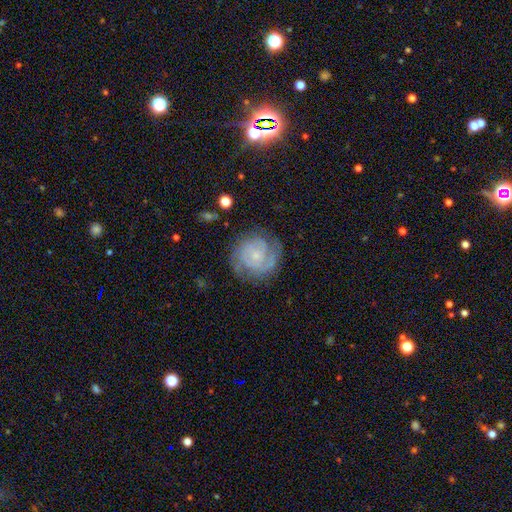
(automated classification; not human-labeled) featured or disk 78%, smooth 15%, star or artifact 7%. Down the decision tree: edge-on disk — no (98%); bar — no (76%); spiral arms — yes (93%); spiral arm count — 2 (38%); spiral winding — tight (66%); bulge size — small (79%); merging — none (76%).